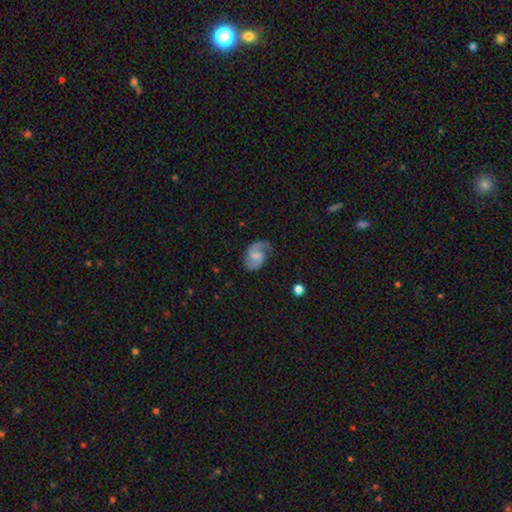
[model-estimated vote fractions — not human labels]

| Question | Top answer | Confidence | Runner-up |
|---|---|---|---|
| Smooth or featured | featured or disk | 81% | smooth (13%) |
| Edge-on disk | no | 98% | yes (2%) |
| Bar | weak | 55% | no (33%) |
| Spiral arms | yes | 96% | no (4%) |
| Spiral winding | medium | 54% | loose (28%) |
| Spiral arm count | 2 | 86% | 1 (7%) |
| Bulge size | small | 37% | moderate (34%) |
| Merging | none | 72% | minor disturbance (19%) |